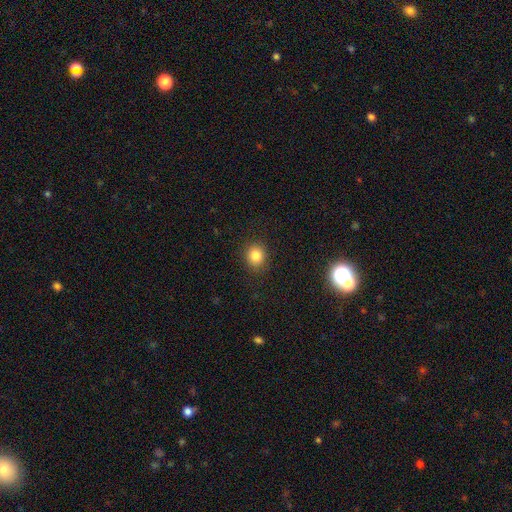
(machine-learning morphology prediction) This is clearly a smooth galaxy (83%). How rounded: clearly round (82%). Merging: clearly none (89%).